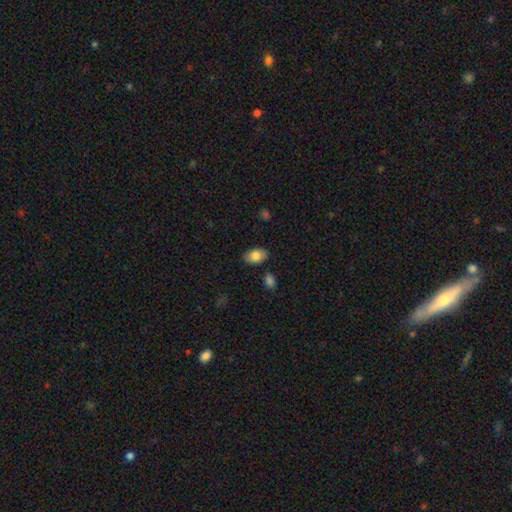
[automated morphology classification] Smooth or featured?
  - smooth: 83% *
  - featured or disk: 10%
  - star or artifact: 7%
How rounded?
  - in between: 92% *
  - round: 7%
  - cigar-shaped: 1%
Merging?
  - none: 85% *
  - minor disturbance: 10%
  - merger: 2%
  - major disturbance: 2%